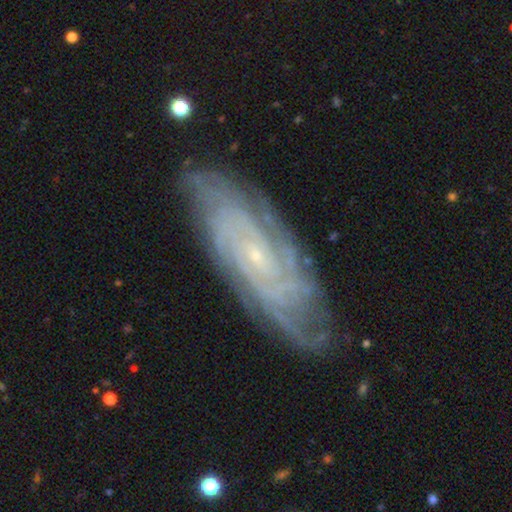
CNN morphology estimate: Smooth or featured? Predicted: featured or disk (p=0.86). Edge-on disk? Predicted: no (p=0.90). Bar? Predicted: no (p=0.71). Spiral arms? Predicted: yes (p=0.97). Spiral winding? Predicted: tight (p=0.75). Spiral arm count? Predicted: can't tell (p=0.32). Bulge size? Predicted: small (p=0.87). Merging? Predicted: none (p=0.79).